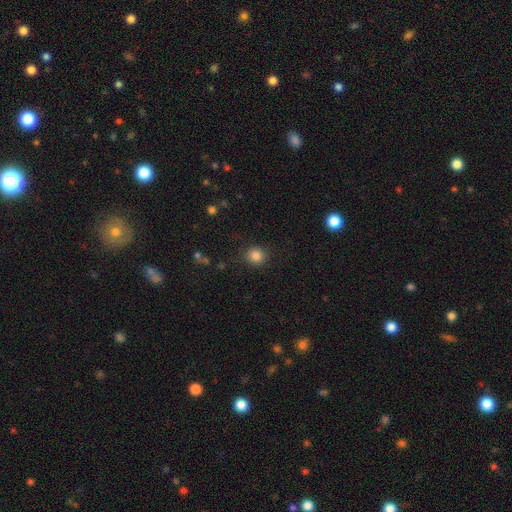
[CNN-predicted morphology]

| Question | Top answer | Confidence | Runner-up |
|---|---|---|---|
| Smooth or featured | smooth | 84% | star or artifact (11%) |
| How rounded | round | 87% | in between (12%) |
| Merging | none | 87% | minor disturbance (9%) |